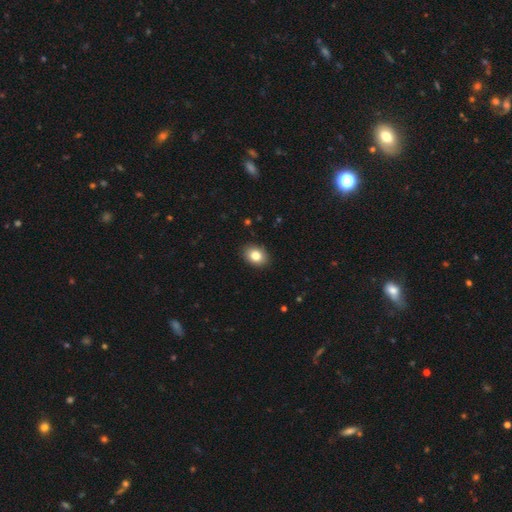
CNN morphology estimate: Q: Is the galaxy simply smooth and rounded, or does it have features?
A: smooth — 83%.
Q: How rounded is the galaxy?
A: in between — 68%.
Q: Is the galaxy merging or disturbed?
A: none — 89%.